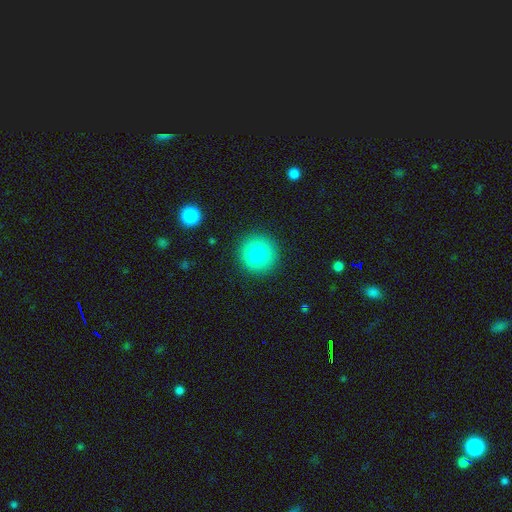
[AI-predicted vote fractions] A smooth galaxy with no disk features (75%) that is round (87%). Merging: none (76%).